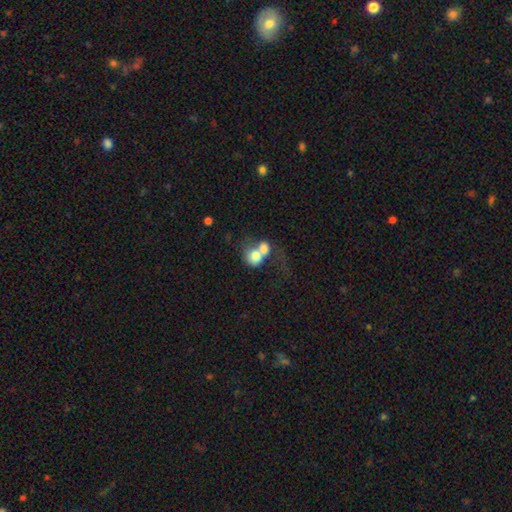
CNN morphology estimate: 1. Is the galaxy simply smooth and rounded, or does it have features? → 69% smooth, 22% featured or disk, 8% star or artifact.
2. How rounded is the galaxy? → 64% round, 35% in between, 1% cigar-shaped.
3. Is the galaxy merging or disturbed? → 75% merger, 12% none, 8% major disturbance, 5% minor disturbance.